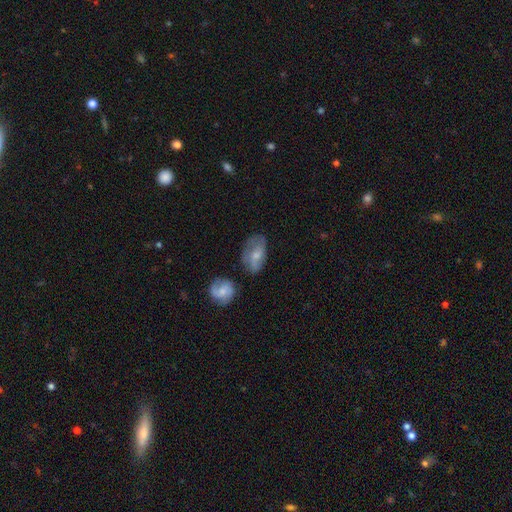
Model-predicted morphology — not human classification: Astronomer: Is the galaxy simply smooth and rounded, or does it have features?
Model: smooth — 57% (runner-up: featured or disk, 36%).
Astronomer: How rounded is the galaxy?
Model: in between — 89%.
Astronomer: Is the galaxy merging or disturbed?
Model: none — 51% (runner-up: minor disturbance, 29%).